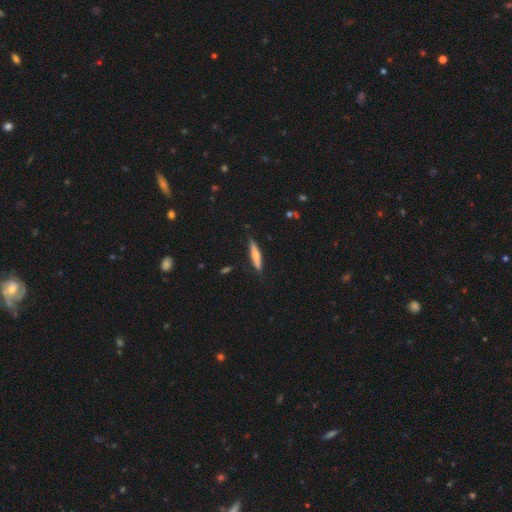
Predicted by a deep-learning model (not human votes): A smooth galaxy with no disk features (56%) that is cigar-shaped (87%).

Vote fractions:
- Smooth or featured? smooth: 56% / featured or disk: 38% / star or artifact: 6%
- How rounded? cigar-shaped: 87% / in between: 11% / round: 2%
- Merging? none: 85% / minor disturbance: 11% / major disturbance: 2% / merger: 1%